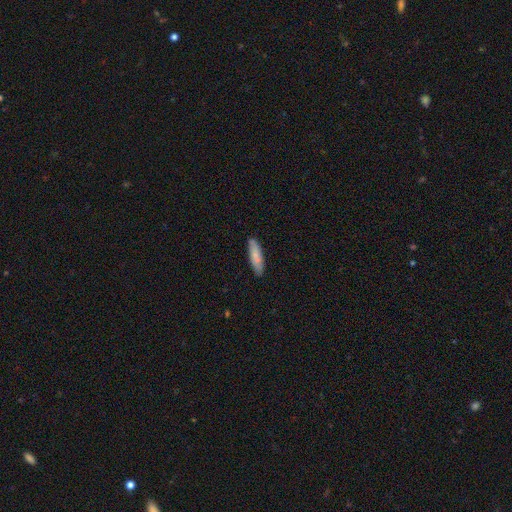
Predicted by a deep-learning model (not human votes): Overall: smooth (80%). How rounded: cigar-shaped (65%; in between 33%). Merging: none (84%).